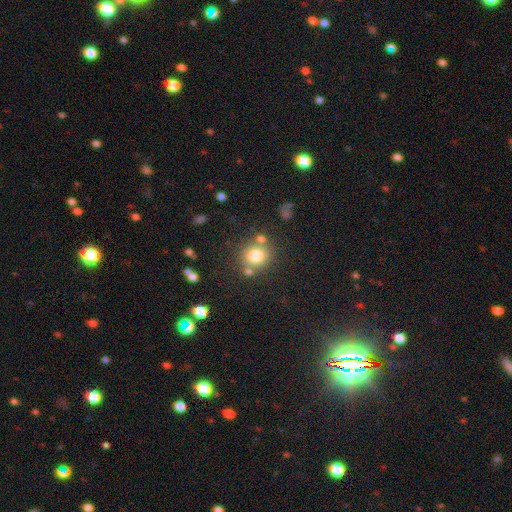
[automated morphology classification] A smooth galaxy with no disk features (78%) that is round (84%).

Vote fractions:
- Smooth or featured? smooth: 78% / star or artifact: 12% / featured or disk: 9%
- How rounded? round: 84% / in between: 15% / cigar-shaped: 1%
- Merging? none: 73% / merger: 13% / minor disturbance: 10% / major disturbance: 4%